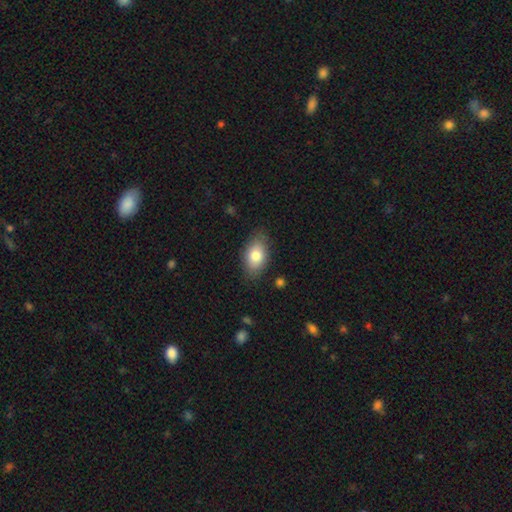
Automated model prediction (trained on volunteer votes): This is likely a smooth galaxy (80%). How rounded: clearly in between (88%). Merging: clearly none (81%).